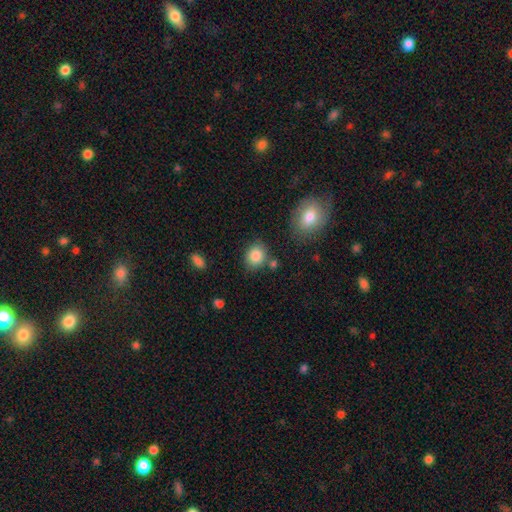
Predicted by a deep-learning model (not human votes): Morphology: type=smooth (86%); roundness=round (52%); merging=none (75%).